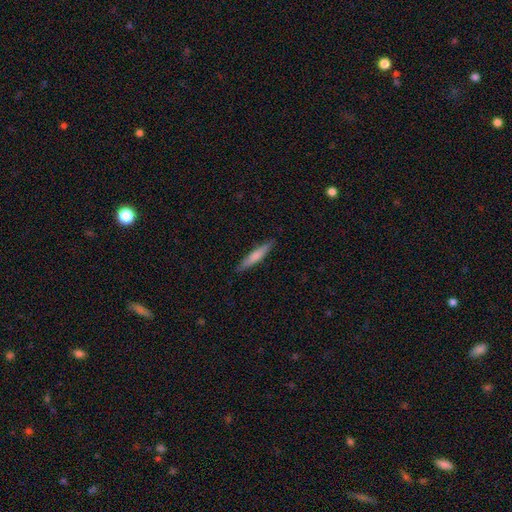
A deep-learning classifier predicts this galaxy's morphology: Smooth or featured?
  - smooth: 70% *
  - featured or disk: 25%
  - star or artifact: 5%
How rounded?
  - cigar-shaped: 91% *
  - in between: 8%
  - round: 1%
Merging?
  - none: 89% *
  - minor disturbance: 9%
  - major disturbance: 2%
  - merger: 1%